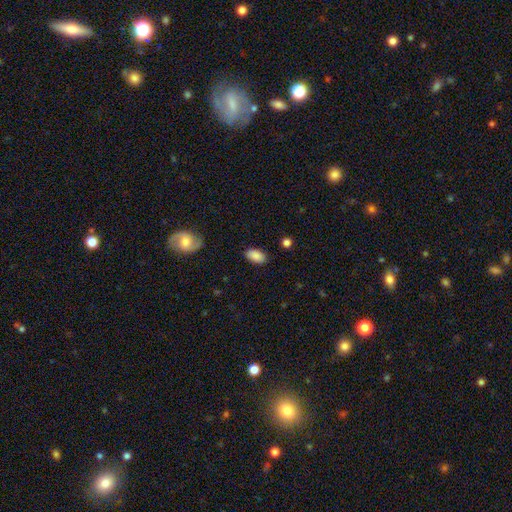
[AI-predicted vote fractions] A smooth galaxy with no disk features (87%) that is in between round and cigar-shaped (93%).

Vote fractions:
- Smooth or featured? smooth: 87% / star or artifact: 7% / featured or disk: 6%
- How rounded? in between: 93% / round: 5% / cigar-shaped: 2%
- Merging? none: 85% / minor disturbance: 11% / major disturbance: 3% / merger: 1%